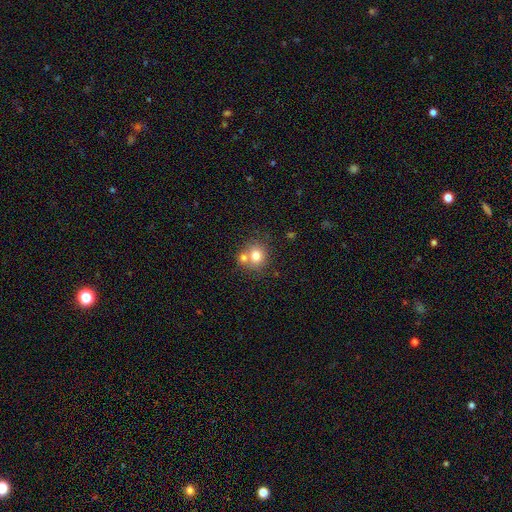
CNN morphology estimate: Smooth or featured?
  - smooth: 76% *
  - featured or disk: 13%
  - star or artifact: 11%
How rounded?
  - round: 82% *
  - in between: 17%
  - cigar-shaped: 1%
Merging?
  - none: 52% *
  - merger: 37%
  - minor disturbance: 9%
  - major disturbance: 3%